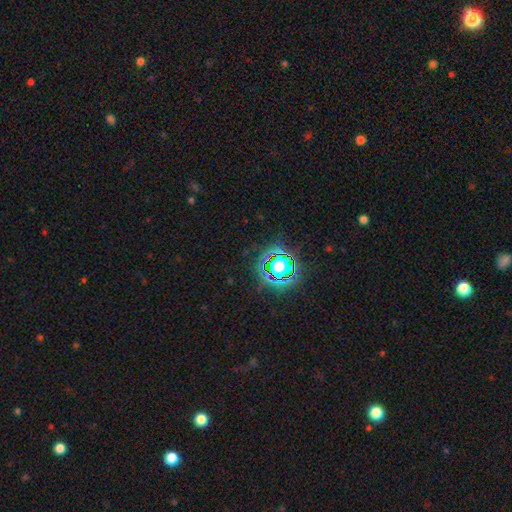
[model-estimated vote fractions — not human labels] Q: Smooth or featured?
A: star or artifact (78%); runner-up: smooth (13%)